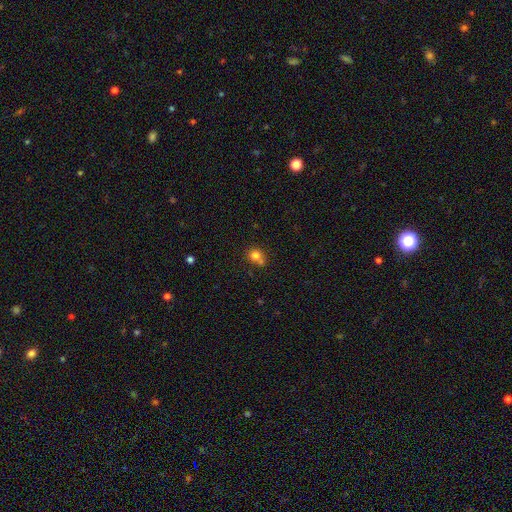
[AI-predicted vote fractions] This appears to be a smooth galaxy with no disk features (78%) that is round (80%). Merging: none (52%).